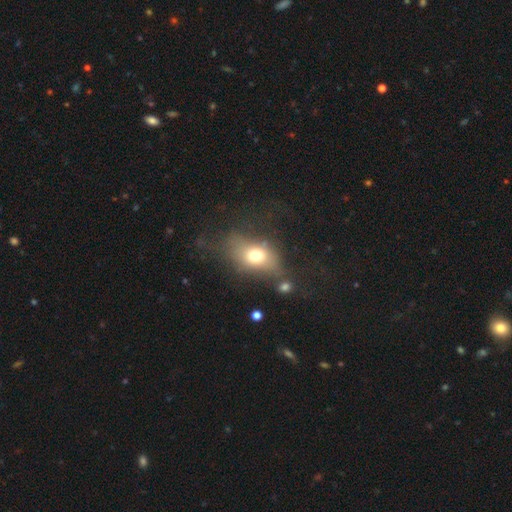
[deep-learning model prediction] smooth_or_featured: smooth (p=0.68) [alt: featured or disk p=0.20]
how_rounded: in between (p=0.72) [alt: round p=0.24]
merging: none (p=0.49) [alt: minor disturbance p=0.23]